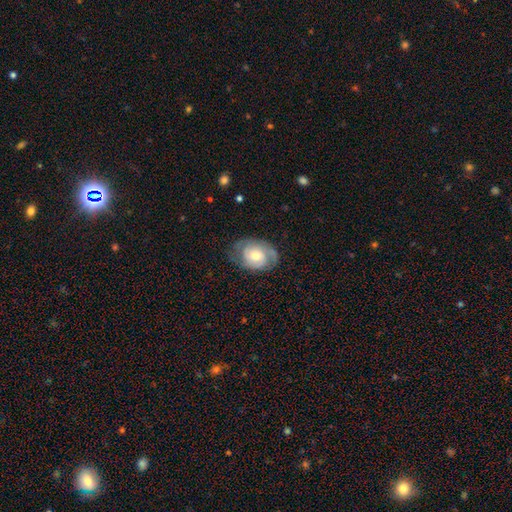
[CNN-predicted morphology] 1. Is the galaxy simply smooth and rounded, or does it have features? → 62% featured or disk, 31% smooth, 6% star or artifact.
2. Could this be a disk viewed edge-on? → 96% no, 4% yes.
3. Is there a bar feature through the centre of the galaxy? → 73% no, 24% weak, 4% strong.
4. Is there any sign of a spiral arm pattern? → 85% yes, 15% no.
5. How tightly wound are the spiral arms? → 51% tight, 36% medium, 13% loose.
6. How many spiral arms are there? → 53% 2, 24% can't tell, 13% 1, 6% 3, 2% 4, 2% more than 4.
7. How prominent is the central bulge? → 58% moderate, 27% small, 11% large, 2% none, 2% dominant.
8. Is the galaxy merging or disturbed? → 65% none, 24% minor disturbance, 10% major disturbance, 1% merger.